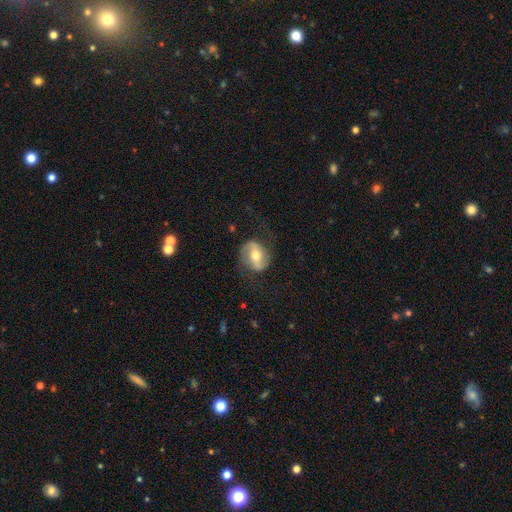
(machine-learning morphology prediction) smooth_or_featured: featured or disk (p=0.77) [alt: smooth p=0.17]
disk_edge_on: no (p=0.97) [alt: yes p=0.03]
bar: weak (p=0.37) [tied with: strong p=0.37]
has_spiral_arms: yes (p=0.91) [alt: no p=0.09]
spiral_winding: medium (p=0.42) [tied with: loose p=0.42]
spiral_arm_count: 2 (p=0.91) [alt: can't tell p=0.04]
bulge_size: moderate (p=0.70) [alt: small p=0.22]
merging: none (p=0.75) [alt: minor disturbance p=0.15]